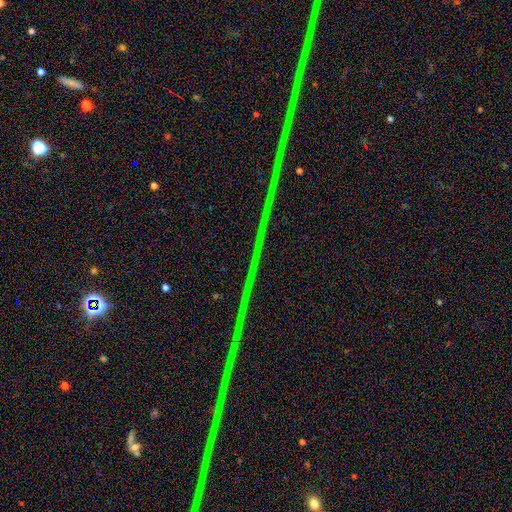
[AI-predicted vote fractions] A star or artifact, not a galaxy (90%).

Vote fractions:
- Smooth or featured? star or artifact: 90% / featured or disk: 6% / smooth: 4%